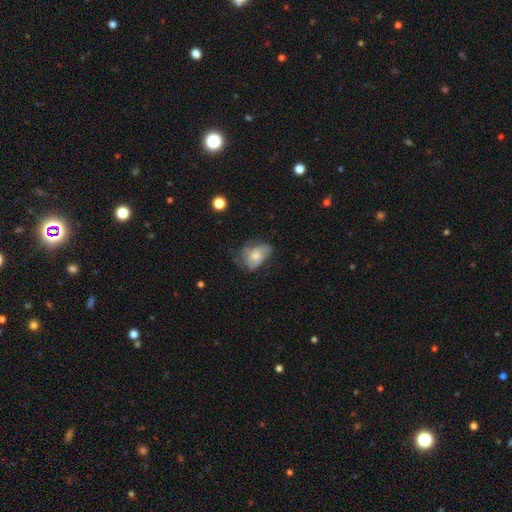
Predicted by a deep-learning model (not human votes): smooth_or_featured: smooth (p=0.53) [alt: featured or disk p=0.38]
how_rounded: in between (p=0.80) [alt: round p=0.18]
merging: none (p=0.38) [alt: minor disturbance p=0.35]